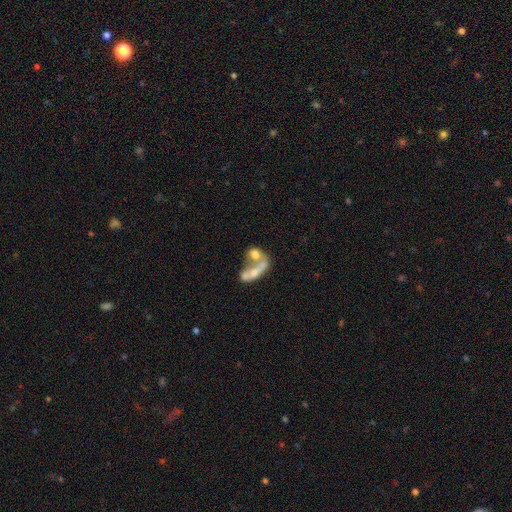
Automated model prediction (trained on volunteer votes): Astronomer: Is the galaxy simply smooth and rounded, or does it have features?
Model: featured or disk — 48% (runner-up: smooth, 39%).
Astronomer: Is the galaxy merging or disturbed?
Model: merger — 63%.